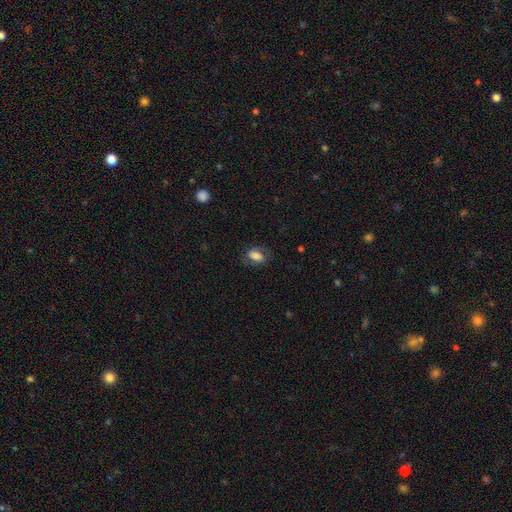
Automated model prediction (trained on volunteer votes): Smooth or featured? Predicted: smooth (p=0.71). How rounded? Predicted: in between (p=0.85). Merging? Predicted: none (p=0.72).